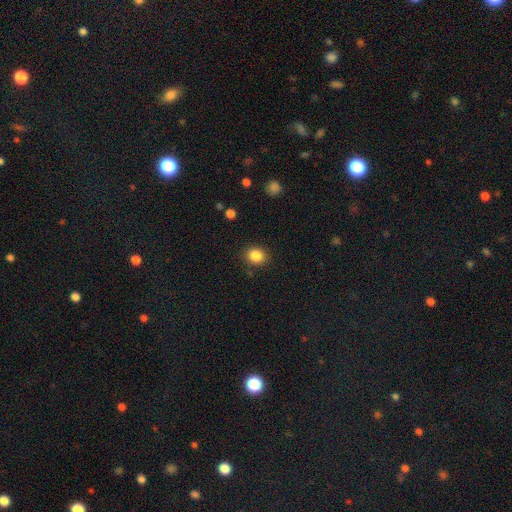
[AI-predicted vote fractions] Q: Smooth or featured?
A: smooth (85%); runner-up: star or artifact (10%)
Q: How rounded?
A: round (66%); runner-up: in between (34%)
Q: Merging?
A: none (88%); runner-up: minor disturbance (8%)